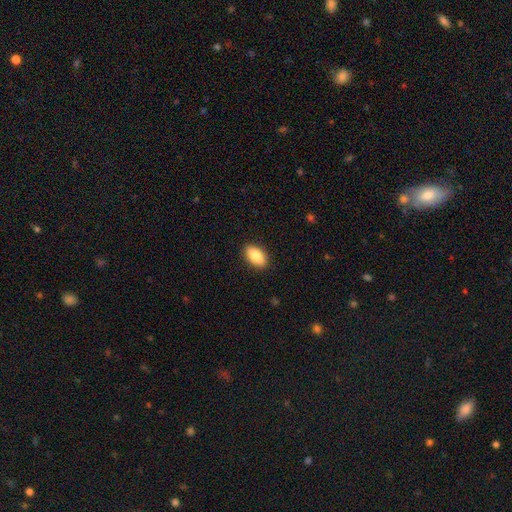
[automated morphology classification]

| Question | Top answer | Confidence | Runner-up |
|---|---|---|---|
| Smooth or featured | smooth | 86% | featured or disk (8%) |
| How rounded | in between | 93% | round (4%) |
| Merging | none | 89% | minor disturbance (8%) |